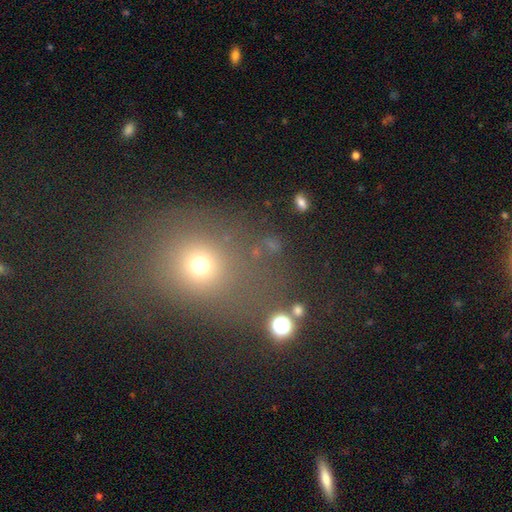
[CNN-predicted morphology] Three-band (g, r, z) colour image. It shows a smooth galaxy with no disk features (57%) that is round (63%). Merging: none (71%).